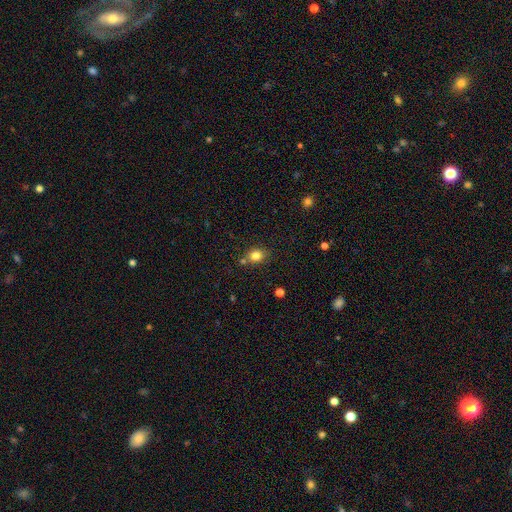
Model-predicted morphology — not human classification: smooth_or_featured: smooth (p=0.80) [alt: star or artifact p=0.12]
how_rounded: round (p=0.63) [alt: in between p=0.36]
merging: none (p=0.72) [alt: minor disturbance p=0.15]